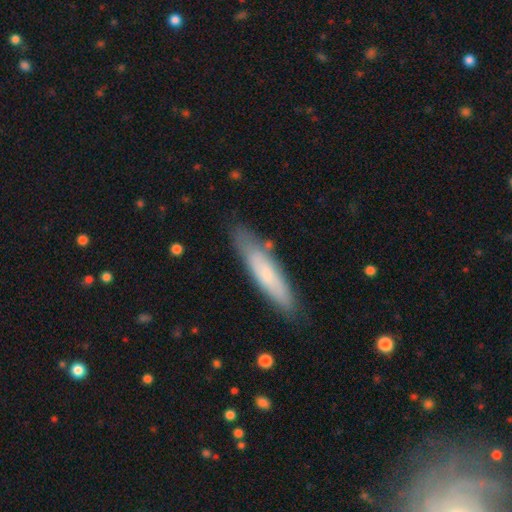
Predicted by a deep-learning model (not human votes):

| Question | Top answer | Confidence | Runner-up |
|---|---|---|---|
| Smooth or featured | smooth | 67% | featured or disk (27%) |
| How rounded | cigar-shaped | 82% | in between (16%) |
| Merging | none | 80% | minor disturbance (14%) |